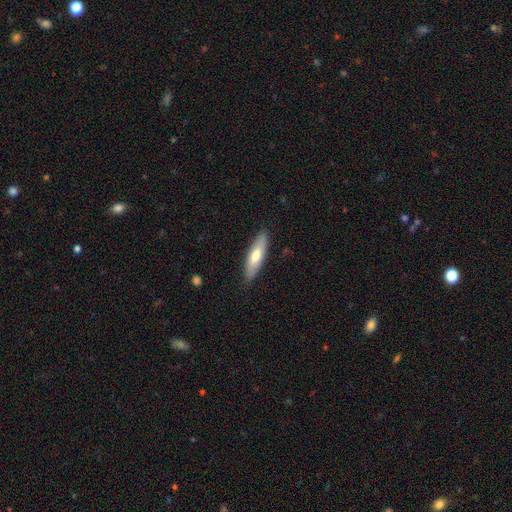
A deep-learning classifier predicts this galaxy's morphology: A smooth galaxy with no disk features (67%) that is cigar-shaped (58%).

Vote fractions:
- Smooth or featured? smooth: 67% / featured or disk: 28% / star or artifact: 6%
- How rounded? cigar-shaped: 58% / in between: 41% / round: 2%
- Merging? none: 84% / minor disturbance: 12% / major disturbance: 2% / merger: 1%